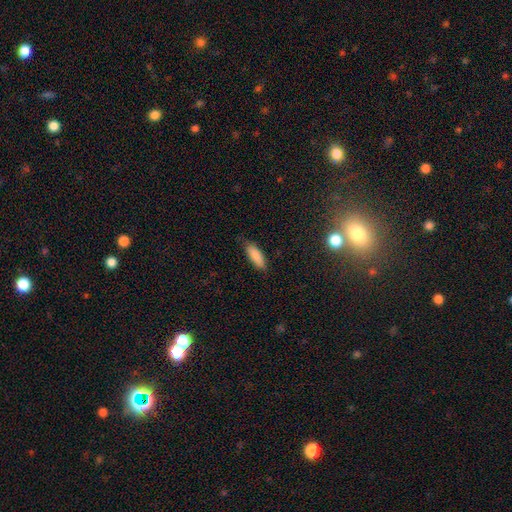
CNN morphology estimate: smooth-or-featured: smooth: 86% | featured or disk: 7% | star or artifact: 7%
  how-rounded: in between: 63% | cigar-shaped: 35% | round: 2%
  merging: none: 78% | minor disturbance: 18% | major disturbance: 3% | merger: 1%